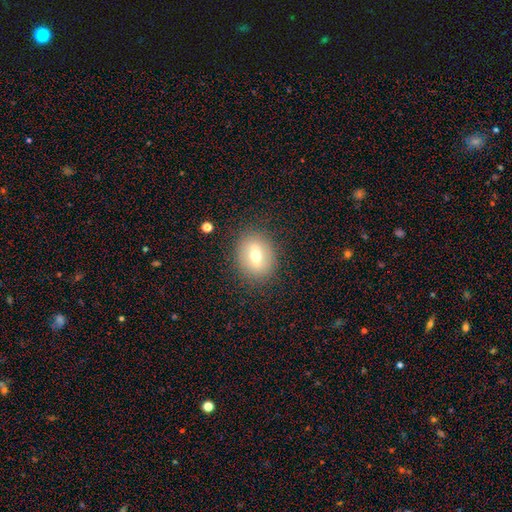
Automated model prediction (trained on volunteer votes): Morphology: type=smooth (57%); roundness=round (53%); merging=none (85%).